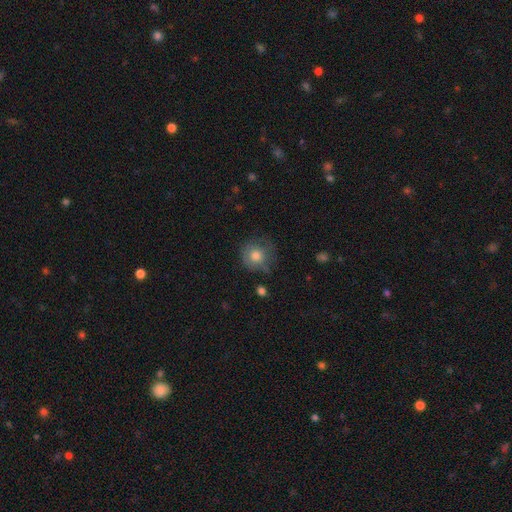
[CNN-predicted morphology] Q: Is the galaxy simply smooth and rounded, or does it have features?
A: smooth — 71%.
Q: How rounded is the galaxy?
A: round — 89%.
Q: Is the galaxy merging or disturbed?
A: none — 66%.